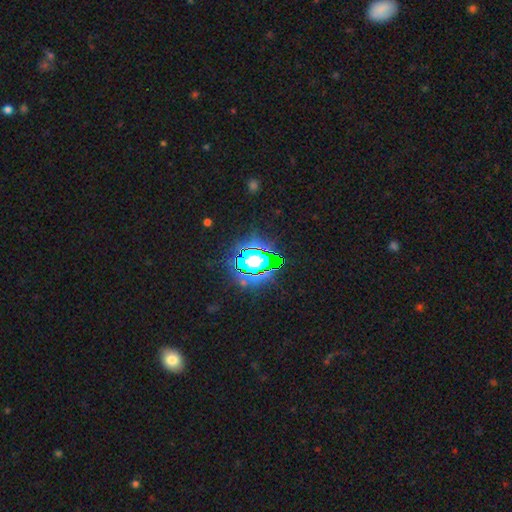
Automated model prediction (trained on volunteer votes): Smooth or featured?
  - star or artifact: 66% *
  - smooth: 22%
  - featured or disk: 12%